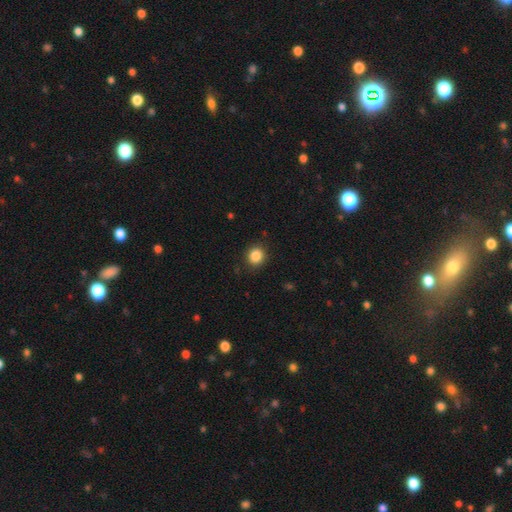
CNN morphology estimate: type=smooth (86%); roundness=round (82%); merging=none (88%).